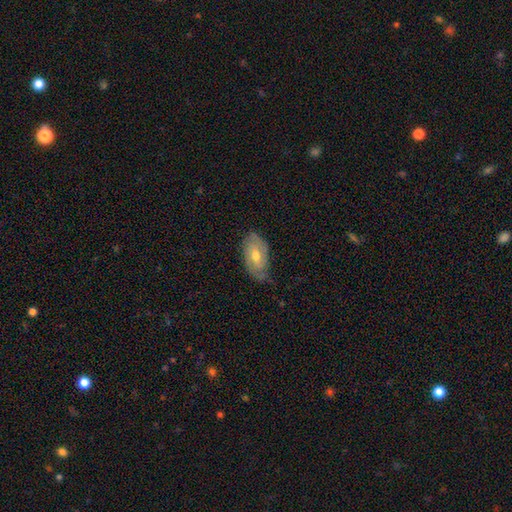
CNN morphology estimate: Smooth or featured?
  - featured or disk: 65% *
  - smooth: 28%
  - star or artifact: 7%
Edge-on disk?
  - no: 92% *
  - yes: 8%
Bar?
  - no: 51% *
  - weak: 40%
  - strong: 10%
Spiral arms?
  - yes: 82% *
  - no: 18%
Bulge size?
  - moderate: 68% *
  - small: 27%
  - large: 3%
  - none: 1%
  - dominant: 1%
Merging?
  - none: 66% *
  - minor disturbance: 26%
  - major disturbance: 7%
  - merger: 1%